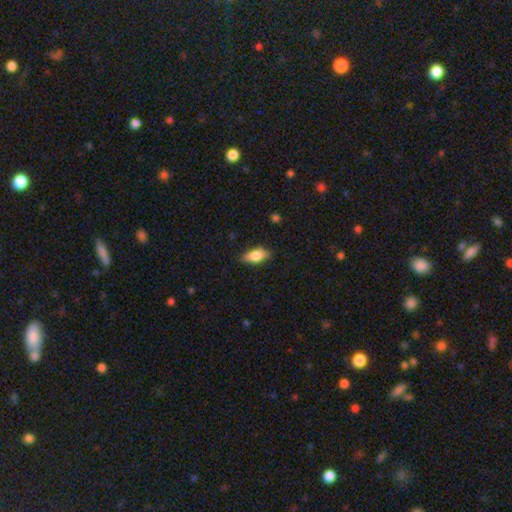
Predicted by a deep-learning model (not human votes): Overall: smooth (72%). How rounded: in between (83%). Merging: none (83%).